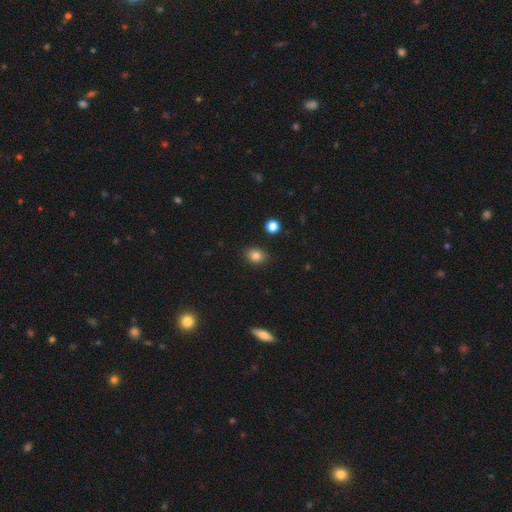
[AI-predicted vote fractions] A smooth galaxy with no disk features (83%) that is in between round and cigar-shaped (55%).

Vote fractions:
- Smooth or featured? smooth: 83% / star or artifact: 11% / featured or disk: 6%
- How rounded? in between: 55% / round: 44% / cigar-shaped: 1%
- Merging? none: 88% / minor disturbance: 8% / major disturbance: 2% / merger: 2%